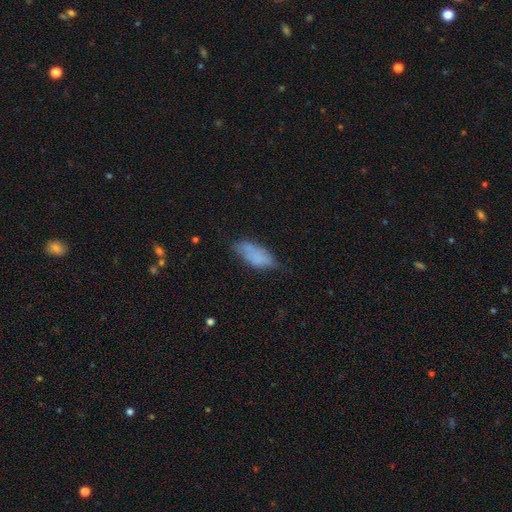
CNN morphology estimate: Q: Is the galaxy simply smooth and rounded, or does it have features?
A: smooth — 75%.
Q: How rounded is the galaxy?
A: in between — 82%.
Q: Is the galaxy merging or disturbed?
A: none — 54%.